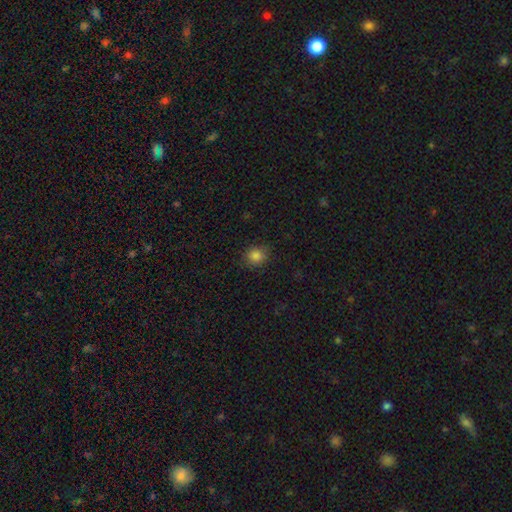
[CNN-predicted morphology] Smooth or featured?
  - smooth: 85% *
  - star or artifact: 12%
  - featured or disk: 4%
How rounded?
  - round: 76% *
  - in between: 23%
  - cigar-shaped: 1%
Merging?
  - none: 85% *
  - minor disturbance: 11%
  - major disturbance: 3%
  - merger: 1%